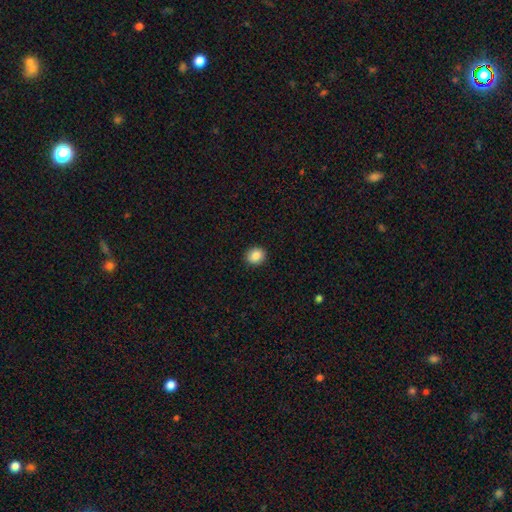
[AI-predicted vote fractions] Q: Smooth or featured?
A: smooth (87%); runner-up: star or artifact (9%)
Q: How rounded?
A: round (75%); runner-up: in between (24%)
Q: Merging?
A: none (91%); runner-up: minor disturbance (6%)